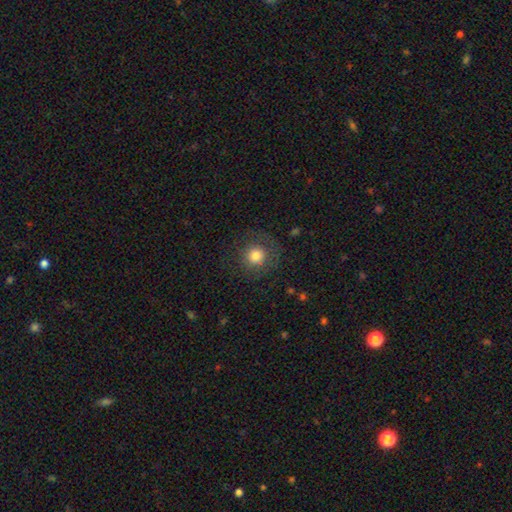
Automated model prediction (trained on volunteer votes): Morphology: type=smooth (77%); roundness=round (93%); merging=none (80%).